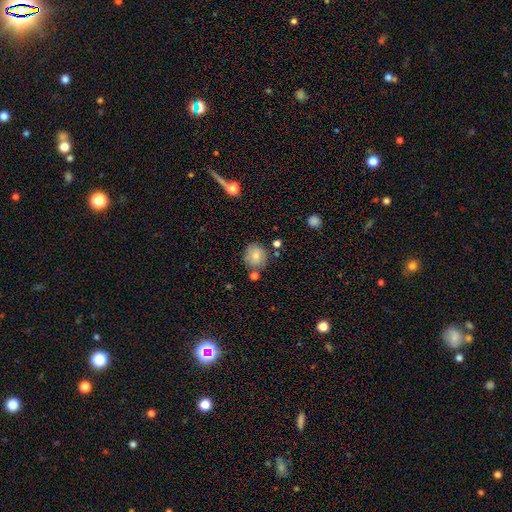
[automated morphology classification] Smooth or featured?
  - smooth: 73% *
  - featured or disk: 18%
  - star or artifact: 9%
How rounded?
  - round: 81% *
  - in between: 18%
  - cigar-shaped: 1%
Merging?
  - none: 71% *
  - minor disturbance: 17%
  - merger: 9%
  - major disturbance: 4%